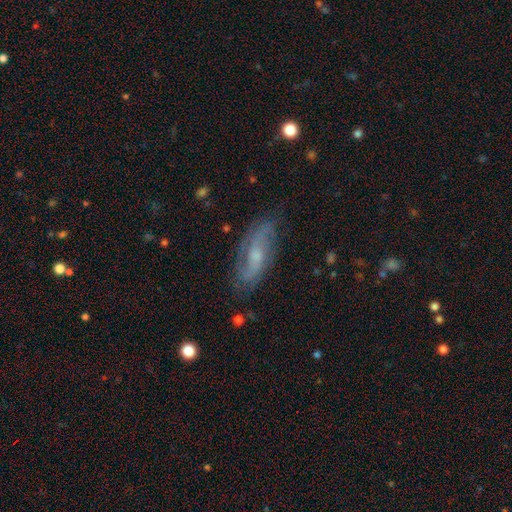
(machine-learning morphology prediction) smooth_or_featured: featured or disk (p=0.70) [alt: smooth p=0.22]
disk_edge_on: no (p=0.86) [alt: yes p=0.14]
bar: no (p=0.52) [alt: weak p=0.40]
has_spiral_arms: yes (p=0.90) [alt: no p=0.10]
spiral_winding: medium (p=0.43) [alt: loose p=0.33]
spiral_arm_count: 2 (p=0.72) [alt: can't tell p=0.17]
bulge_size: small (p=0.47) [alt: moderate p=0.39]
merging: none (p=0.75) [alt: minor disturbance p=0.18]